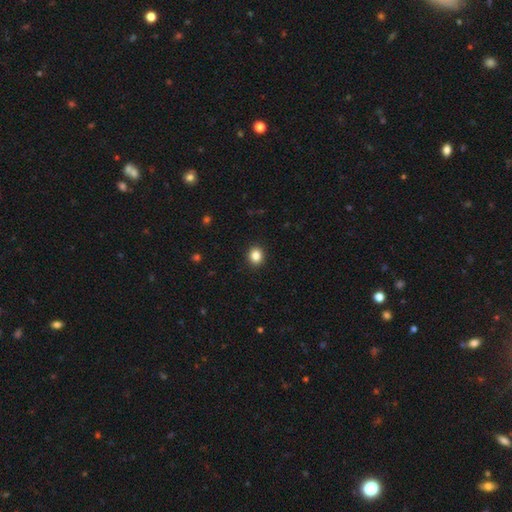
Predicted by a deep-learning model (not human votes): Overall: smooth (85%). How rounded: round (72%). Merging: none (92%).